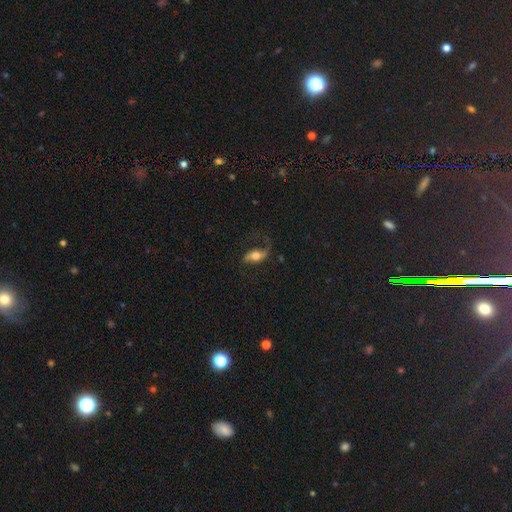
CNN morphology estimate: Smooth or featured? Predicted: featured or disk (p=0.61). Edge-on disk? Predicted: no (p=0.81). Merging? Predicted: none (p=0.62).